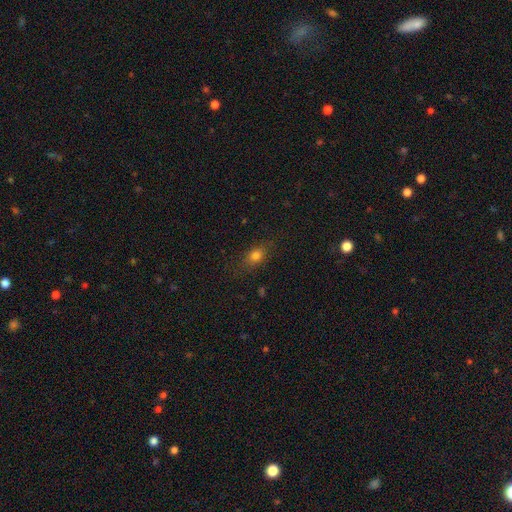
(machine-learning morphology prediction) smooth_or_featured: smooth (p=0.77) [alt: star or artifact p=0.13]
how_rounded: in between (p=0.67) [alt: round p=0.27]
merging: none (p=0.79) [alt: minor disturbance p=0.15]